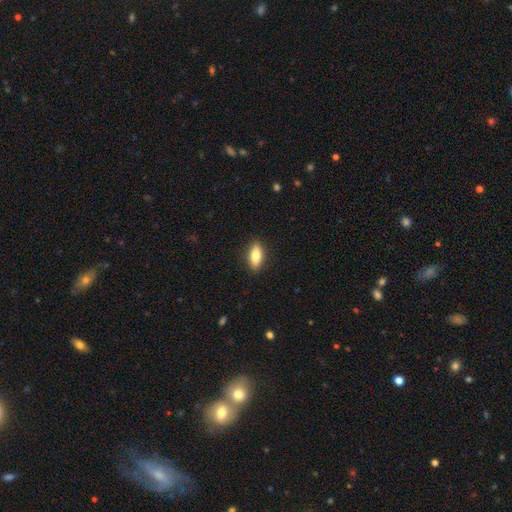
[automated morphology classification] The model was most divided on "how rounded": in between: 78%, cigar-shaped: 18%, round: 3%. More confident: merging — none (88%); smooth or featured — smooth (77%).